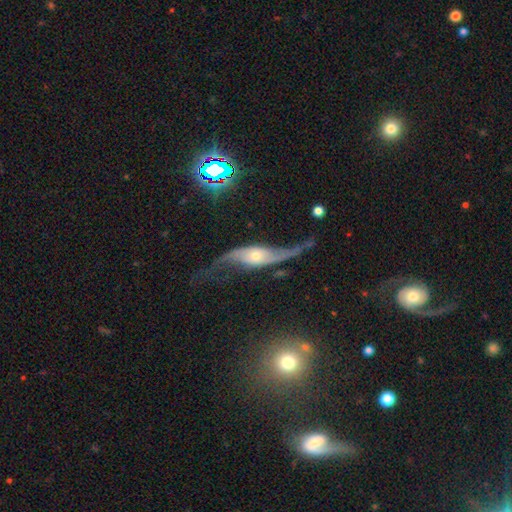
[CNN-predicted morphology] A featured or disk galaxy (84%) with no bar (62%), 2 (93%) loose (89%) spiral arms (95%) and a small central bulge (52%).

Vote fractions:
- Smooth or featured? featured or disk: 84% / smooth: 9% / star or artifact: 7%
- Edge-on disk? no: 86% / yes: 14%
- Bar? no: 62% / weak: 25% / strong: 13%
- Spiral arms? yes: 95% / no: 5%
- Spiral winding? loose: 89% / medium: 8% / tight: 3%
- Spiral arm count? 2: 93% / can't tell: 2% / 1: 2% / 3: 1% / 4: 1% / more than 4: 1%
- Bulge size? small: 52% / moderate: 38% / large: 5% / none: 3% / dominant: 2%
- Merging? none: 58% / minor disturbance: 21% / major disturbance: 17% / merger: 4%